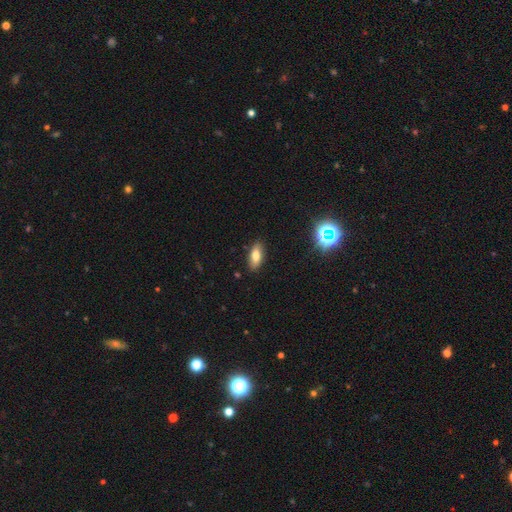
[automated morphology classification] A smooth galaxy with no disk features (74%) that is in between round and cigar-shaped (81%). Merging: none (87%).